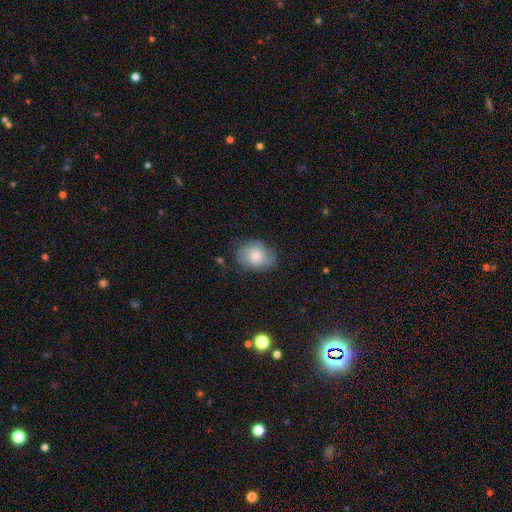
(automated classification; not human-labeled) smooth-or-featured: smooth: 64% | featured or disk: 28% | star or artifact: 8%
  how-rounded: in between: 60% | round: 39% | cigar-shaped: 1%
  merging: none: 70% | minor disturbance: 22% | major disturbance: 7% | merger: 2%